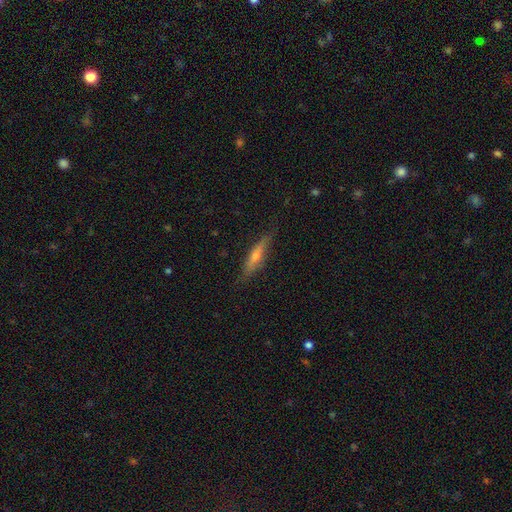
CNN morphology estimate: Smooth or featured? featured or disk (57%)
Edge-on disk? yes (94%)
Edge-on bulge? rounded (80%)
Merging? none (84%)